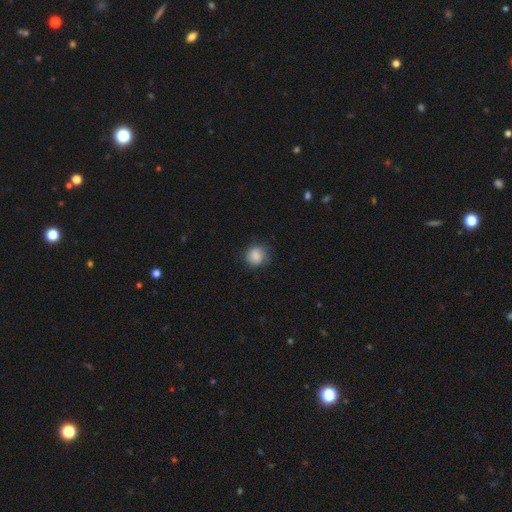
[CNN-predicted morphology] smooth-or-featured: smooth: 81% | featured or disk: 11% | star or artifact: 8%
  how-rounded: round: 82% | in between: 17% | cigar-shaped: 1%
  merging: none: 76% | minor disturbance: 17% | major disturbance: 5% | merger: 1%